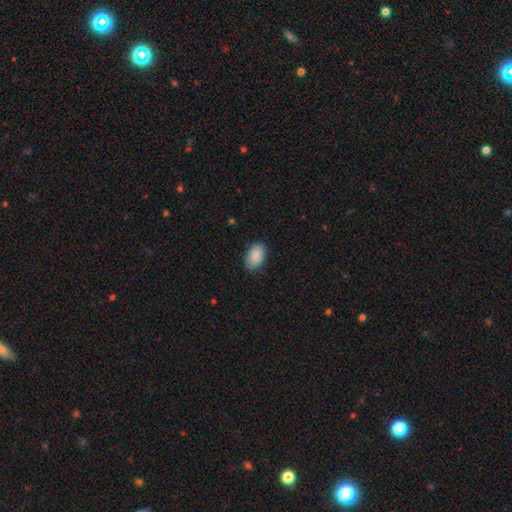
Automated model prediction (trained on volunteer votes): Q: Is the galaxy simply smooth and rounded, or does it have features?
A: smooth — 90%.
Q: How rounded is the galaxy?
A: in between — 90%.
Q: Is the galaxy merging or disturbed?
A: none — 83%.